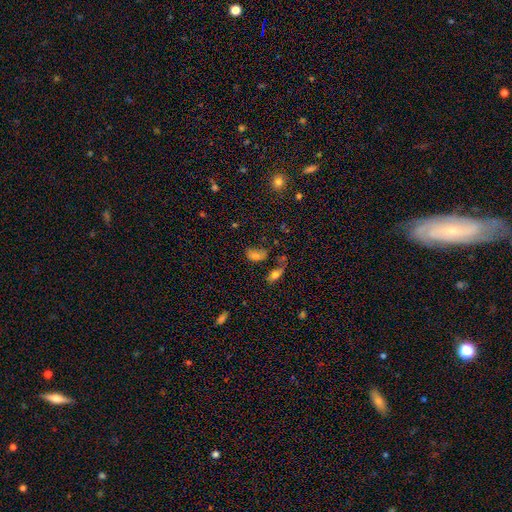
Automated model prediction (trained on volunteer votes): Q: Smooth or featured?
A: smooth (69%); runner-up: featured or disk (16%)
Q: How rounded?
A: in between (87%); runner-up: round (10%)
Q: Merging?
A: none (44%); runner-up: minor disturbance (22%)